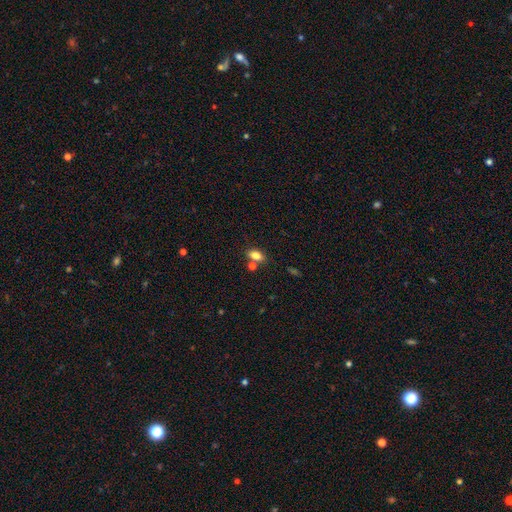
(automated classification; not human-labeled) Overall: smooth (81%). How rounded: in between (86%). Merging: none (67%).